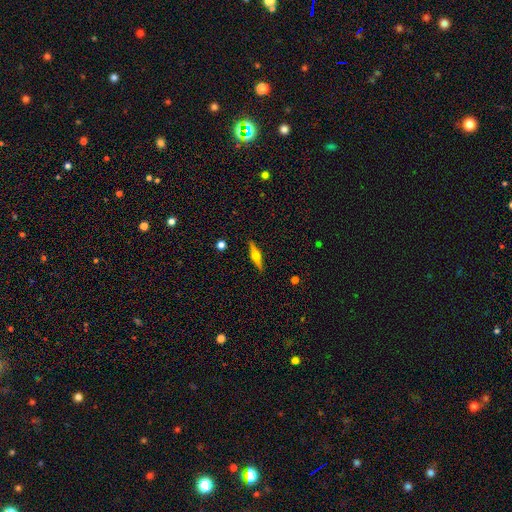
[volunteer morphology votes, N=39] type=featured or disk (87%); edge-on=yes (100%); edge-on bulge=rounded (94%); merging=none (100%).